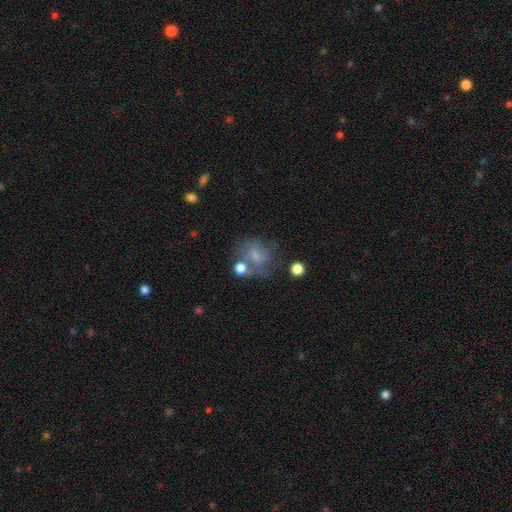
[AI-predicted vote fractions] Smooth or featured: smooth — 50% (featured or disk — 37%)
Merging: none — 45% (minor disturbance — 21%)